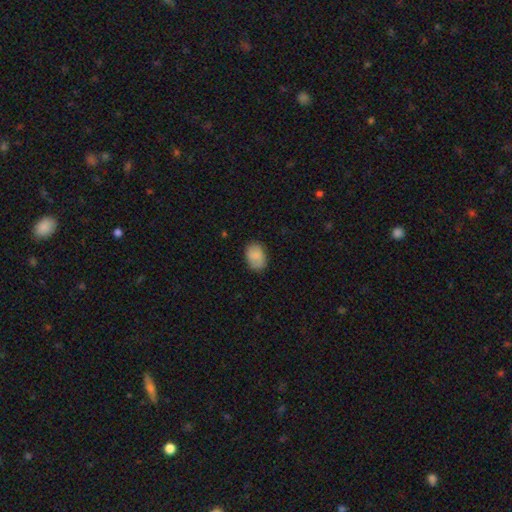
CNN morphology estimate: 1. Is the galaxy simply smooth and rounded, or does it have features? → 84% smooth, 8% featured or disk, 7% star or artifact.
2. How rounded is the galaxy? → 79% in between, 19% round, 1% cigar-shaped.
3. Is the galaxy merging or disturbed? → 79% none, 16% minor disturbance, 4% major disturbance, 1% merger.